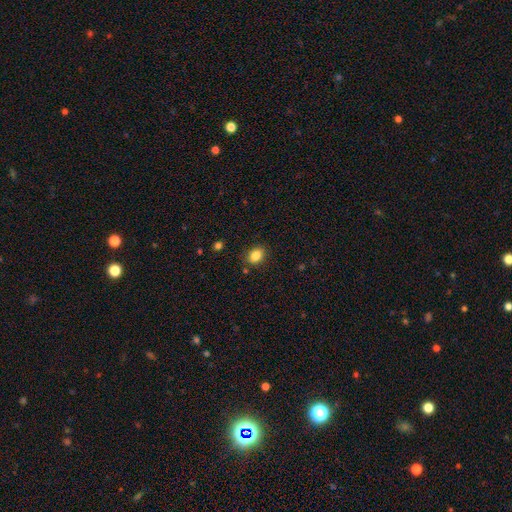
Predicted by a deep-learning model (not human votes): Q: Smooth or featured?
A: smooth (84%); runner-up: star or artifact (10%)
Q: How rounded?
A: in between (65%); runner-up: round (34%)
Q: Merging?
A: none (84%); runner-up: minor disturbance (11%)